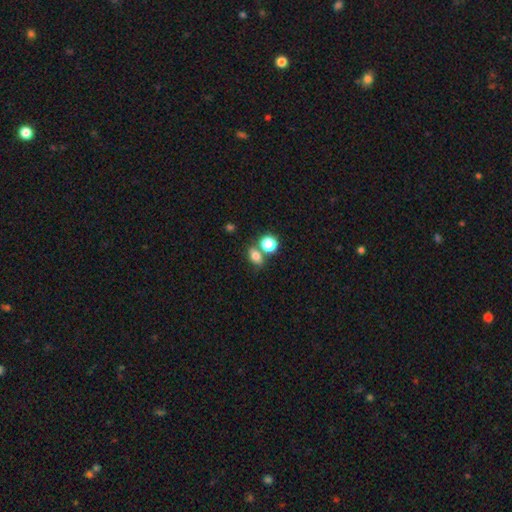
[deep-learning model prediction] This appears to be a smooth galaxy with no disk features (77%) that is in between round and cigar-shaped (68%). Merging: none (59%).